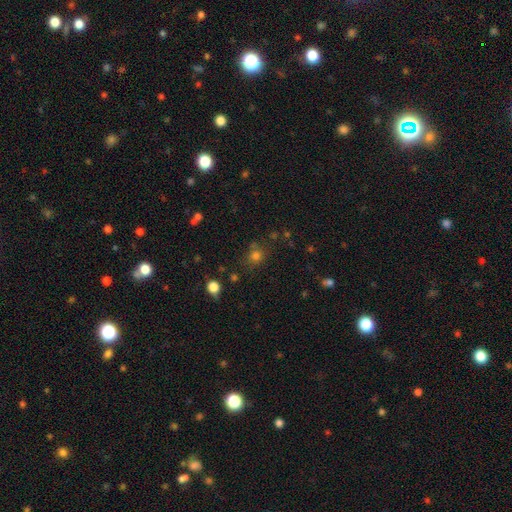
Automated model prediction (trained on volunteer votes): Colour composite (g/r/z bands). It shows a smooth galaxy with no disk features (72%) that is round (79%). Merging: none (70%).